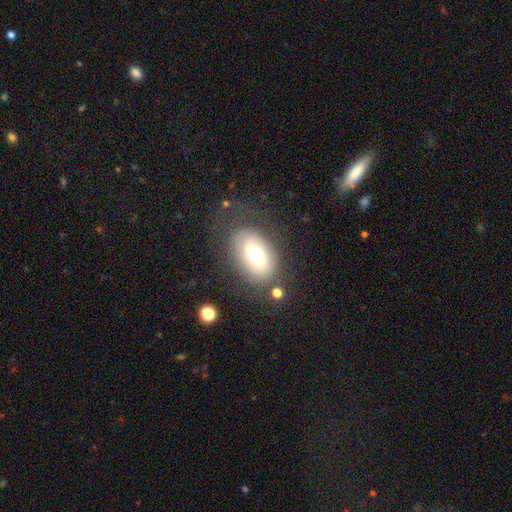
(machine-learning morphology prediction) Smooth or featured? smooth (62%)
How rounded? in between (87%)
Merging? none (60%)